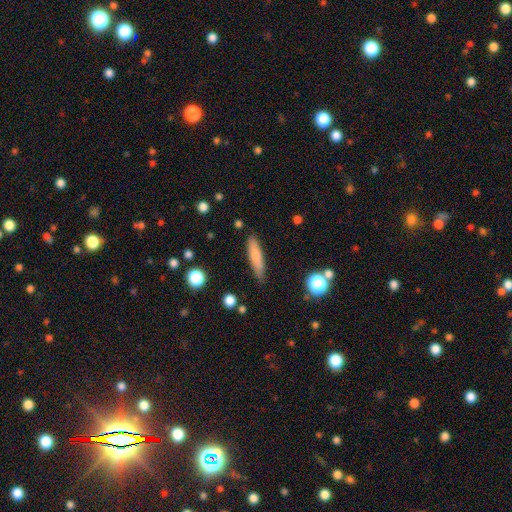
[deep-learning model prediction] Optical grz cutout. It shows a smooth galaxy with no disk features (75%) that is cigar-shaped (81%). Merging: none (81%).